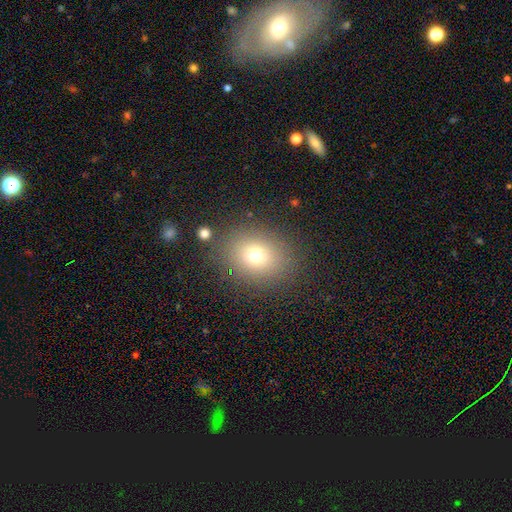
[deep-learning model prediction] Overall: smooth (70%). How rounded: round (55%; in between 44%). Merging: none (83%).